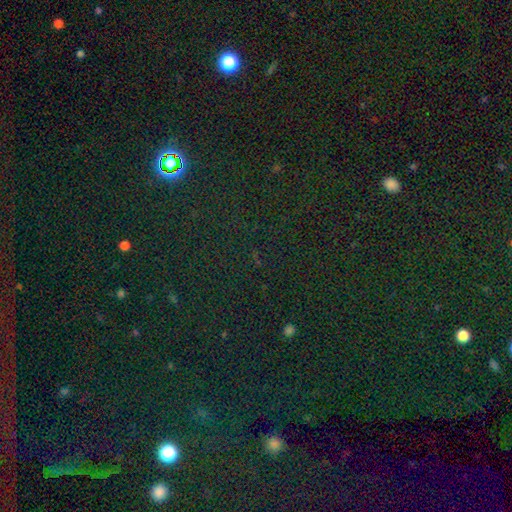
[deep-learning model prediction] Smooth or featured? star or artifact (78%)